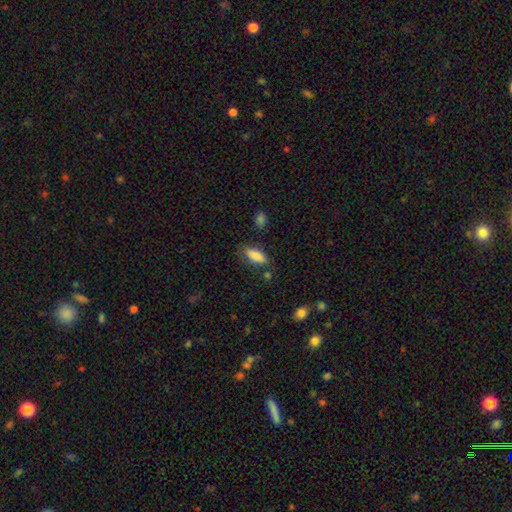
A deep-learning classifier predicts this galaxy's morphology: Smooth or featured?
  - smooth: 86% *
  - star or artifact: 8%
  - featured or disk: 6%
How rounded?
  - in between: 76% *
  - cigar-shaped: 21%
  - round: 2%
Merging?
  - none: 73% *
  - minor disturbance: 18%
  - major disturbance: 5%
  - merger: 4%